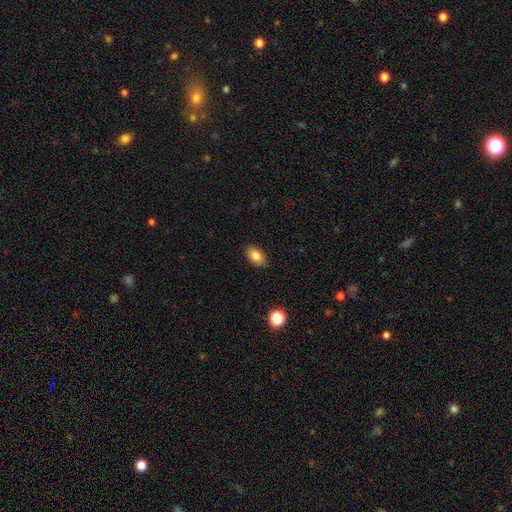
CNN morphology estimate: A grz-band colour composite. It shows a smooth galaxy with no disk features (84%) that is in between round and cigar-shaped (90%). Merging: none (87%).